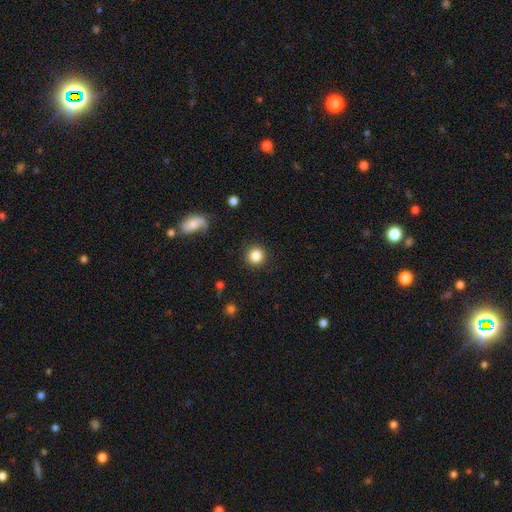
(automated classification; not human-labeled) A smooth galaxy with no disk features (84%) that is round (94%).

Vote fractions:
- Smooth or featured? smooth: 84% / star or artifact: 11% / featured or disk: 6%
- How rounded? round: 94% / in between: 5% / cigar-shaped: 1%
- Merging? none: 91% / minor disturbance: 5% / major disturbance: 2% / merger: 1%